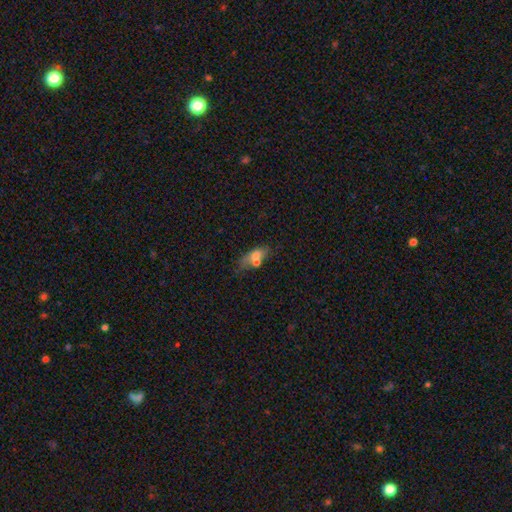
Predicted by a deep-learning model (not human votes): The model was most divided on "merging": none: 39%, merger: 36%, minor disturbance: 16%, major disturbance: 9%. More confident: how rounded — in between (74%); smooth or featured — smooth (62%).